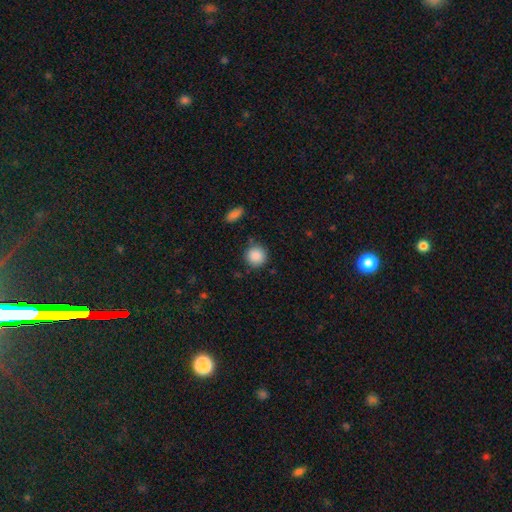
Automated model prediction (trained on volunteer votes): A smooth galaxy with no disk features (88%) that is round (92%). Merging: none (85%).